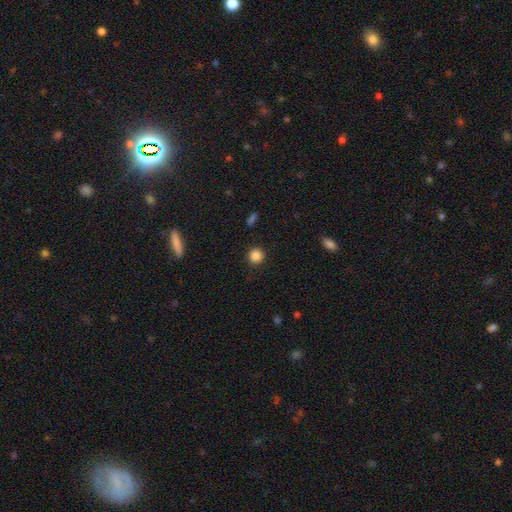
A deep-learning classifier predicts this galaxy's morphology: Smooth or featured? smooth (86%)
How rounded? round (93%)
Merging? none (90%)